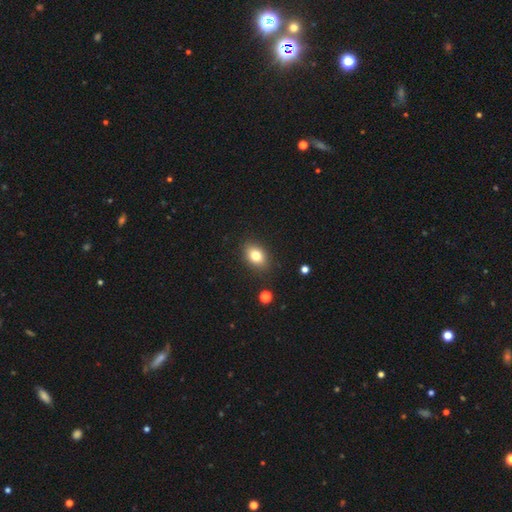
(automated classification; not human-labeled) Q: Smooth or featured?
A: smooth (79%); runner-up: featured or disk (11%)
Q: How rounded?
A: in between (76%); runner-up: round (23%)
Q: Merging?
A: none (87%); runner-up: minor disturbance (9%)